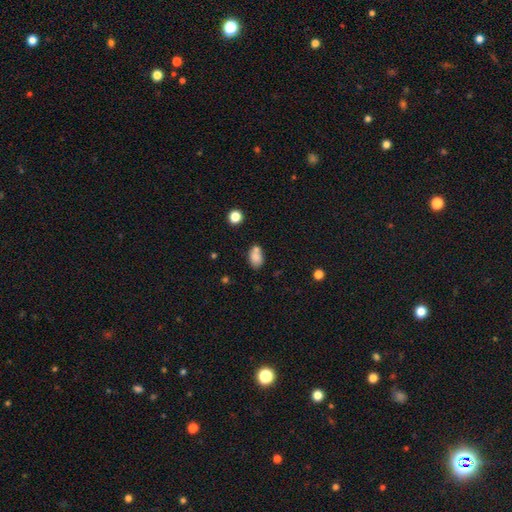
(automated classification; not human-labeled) Smooth or featured?
  - smooth: 79% *
  - featured or disk: 11%
  - star or artifact: 10%
How rounded?
  - in between: 82% *
  - round: 16%
  - cigar-shaped: 2%
Merging?
  - none: 48% *
  - merger: 30%
  - minor disturbance: 17%
  - major disturbance: 5%